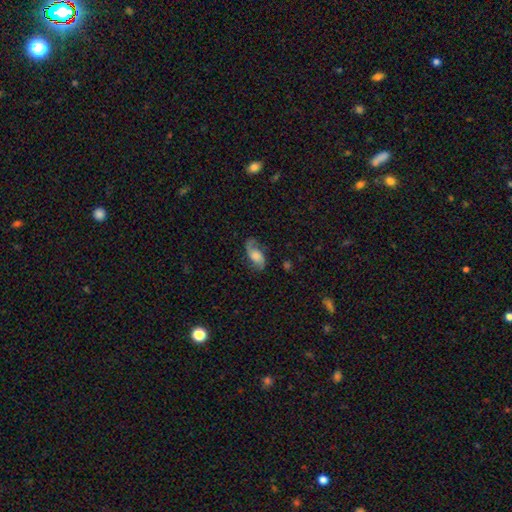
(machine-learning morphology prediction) This appears to be a featured or disk galaxy (63%) with no bar (61%), 2 (85%) loose (49%) spiral arms (92%) and a large central bulge (39%). Merging: none (70%).